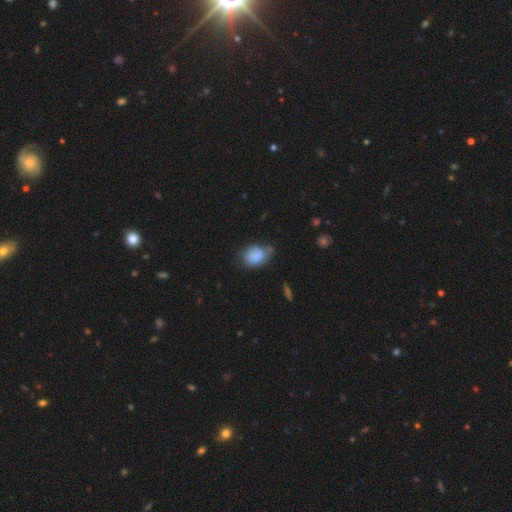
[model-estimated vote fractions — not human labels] A smooth galaxy with no disk features (82%) that is in between round and cigar-shaped (57%). Merging: none (45%).